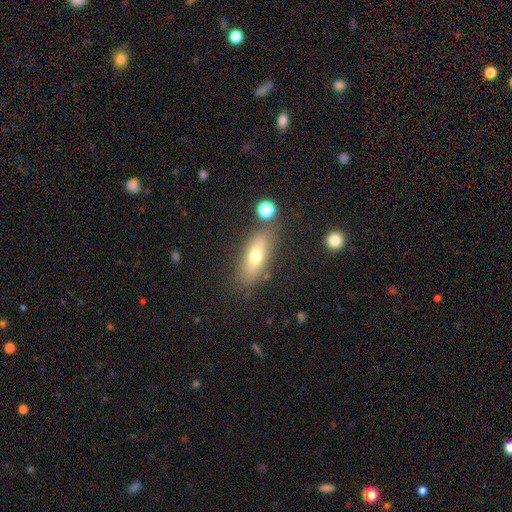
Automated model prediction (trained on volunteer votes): Smooth or featured? smooth (64%)
How rounded? in between (65%)
Merging? none (75%)